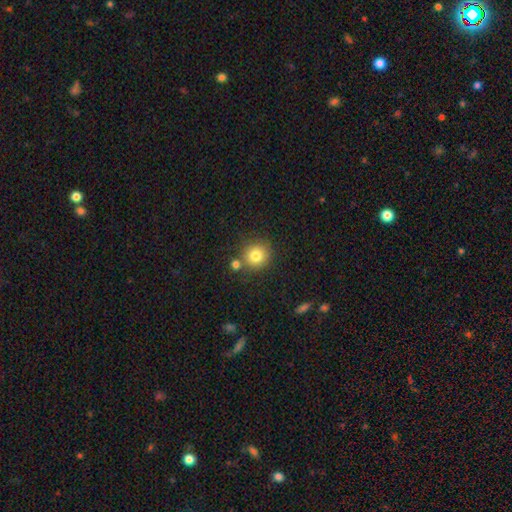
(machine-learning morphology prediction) Smooth or featured? Predicted: smooth (p=0.80). How rounded? Predicted: round (p=0.90). Merging? Predicted: none (p=0.74).